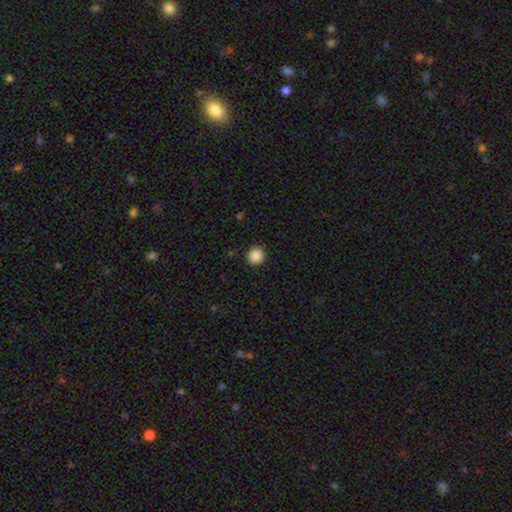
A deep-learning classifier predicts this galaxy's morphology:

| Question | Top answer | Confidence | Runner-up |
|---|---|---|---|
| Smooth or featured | smooth | 88% | star or artifact (10%) |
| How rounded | round | 95% | in between (4%) |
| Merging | none | 92% | minor disturbance (5%) |